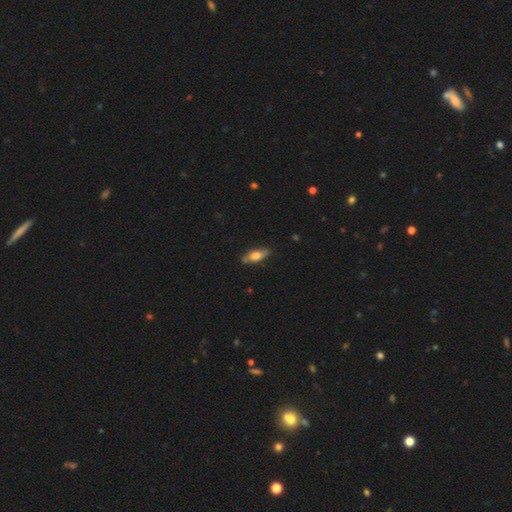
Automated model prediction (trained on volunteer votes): smooth 59%, featured or disk 35%, star or artifact 7%. Down the decision tree: how rounded — in between (71%); merging — none (78%).